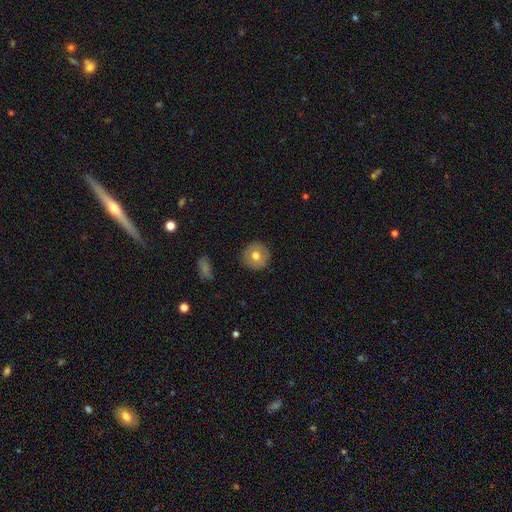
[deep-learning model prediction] Overall: smooth (71%). How rounded: round (95%). Merging: none (90%).